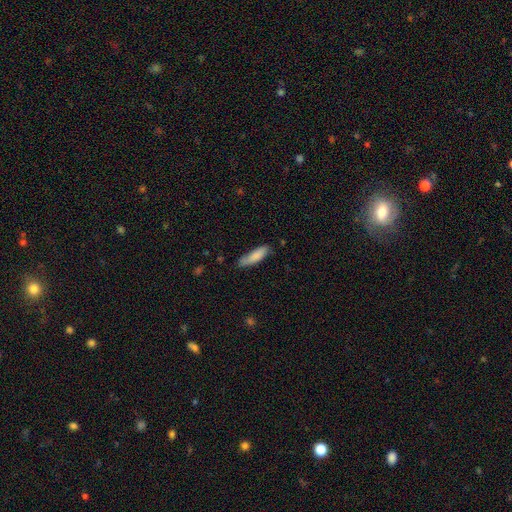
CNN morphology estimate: Smooth or featured? smooth (83%)
How rounded? cigar-shaped (60%)
Merging? none (68%)